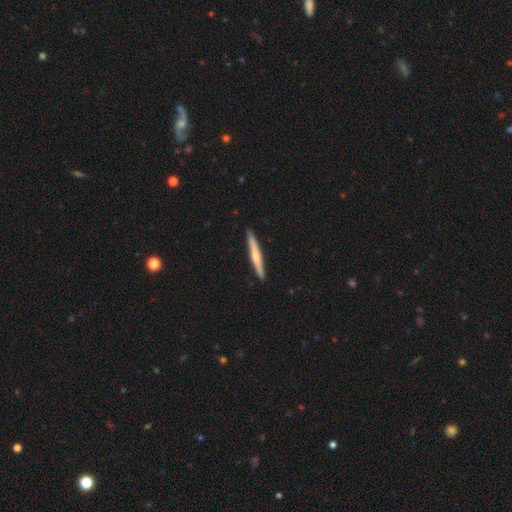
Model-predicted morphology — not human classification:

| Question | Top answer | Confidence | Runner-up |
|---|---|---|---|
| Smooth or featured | smooth | 53% | featured or disk (42%) |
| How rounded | cigar-shaped | 96% | in between (3%) |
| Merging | none | 91% | minor disturbance (7%) |